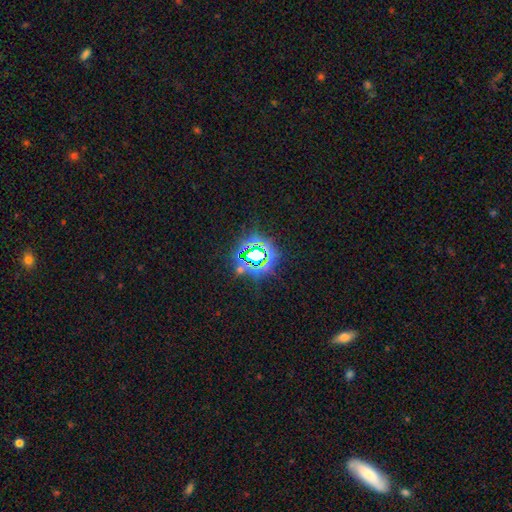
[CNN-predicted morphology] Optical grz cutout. It shows a star or artifact, not a galaxy (74%).